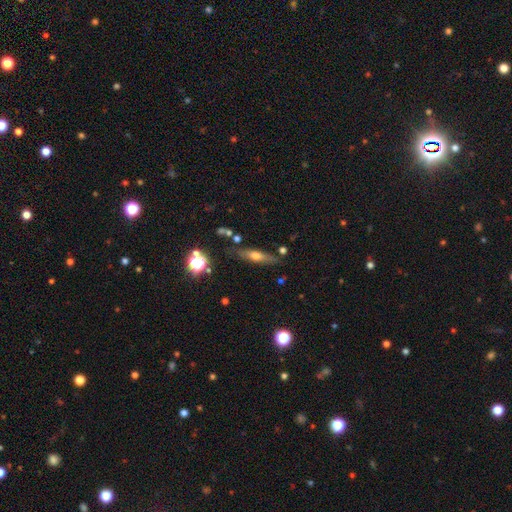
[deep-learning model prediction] The model was most divided on "smooth or featured": featured or disk: 45%, smooth: 44%, star or artifact: 11%. More confident: merging — none (78%).